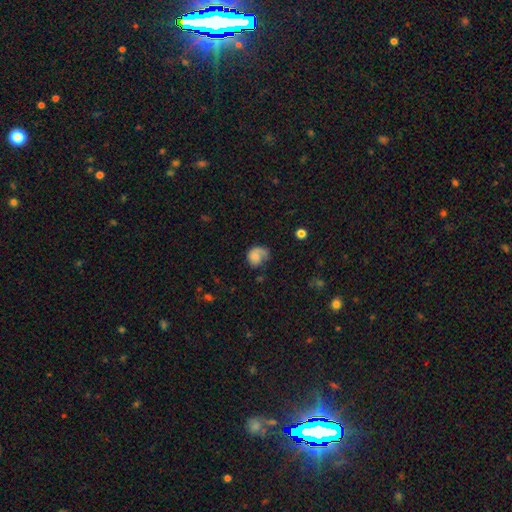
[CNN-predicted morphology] type=smooth (46%); merging=none (42%).